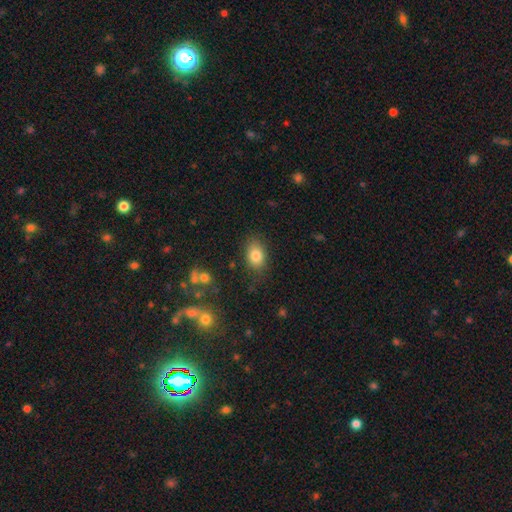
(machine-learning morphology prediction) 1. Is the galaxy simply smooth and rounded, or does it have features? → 82% smooth, 9% star or artifact, 9% featured or disk.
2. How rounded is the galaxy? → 80% in between, 19% round, 1% cigar-shaped.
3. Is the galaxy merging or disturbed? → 79% none, 15% minor disturbance, 4% major disturbance, 2% merger.